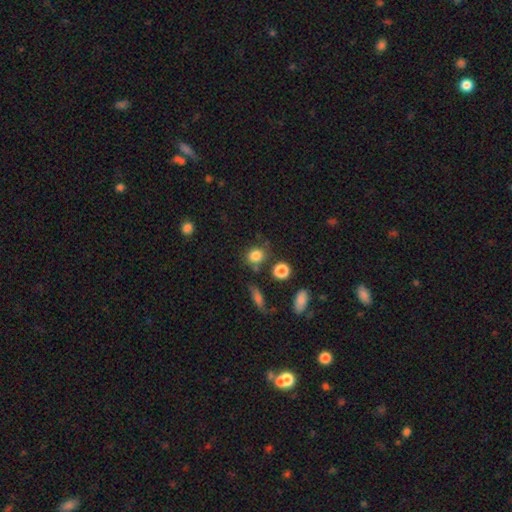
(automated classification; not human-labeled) Morphology: type=smooth (83%); roundness=round (69%); merging=none (70%).